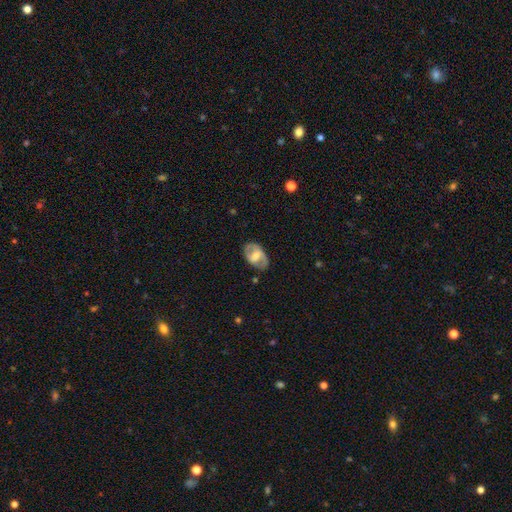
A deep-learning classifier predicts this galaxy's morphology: featured or disk 60%, smooth 33%, star or artifact 6%. Down the decision tree: edge-on disk — no (94%); bar — weak (43%); spiral arms — yes (64%); bulge size — moderate (45%); merging — none (72%).